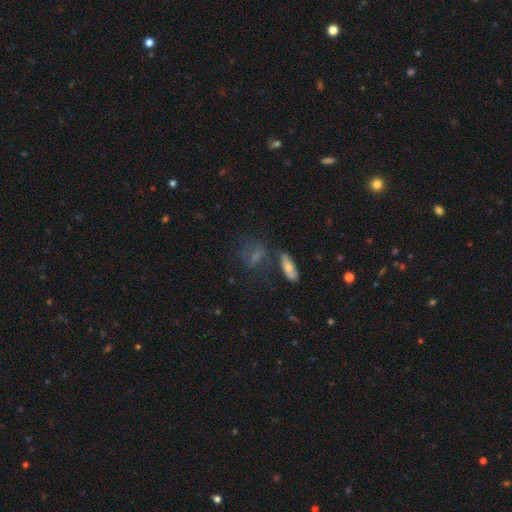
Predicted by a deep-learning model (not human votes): smooth-or-featured: smooth: 52% | featured or disk: 29% | star or artifact: 18%
  how-rounded: in between: 52% | cigar-shaped: 35% | round: 13%
  merging: none: 51% | minor disturbance: 18% | merger: 16% | major disturbance: 15%